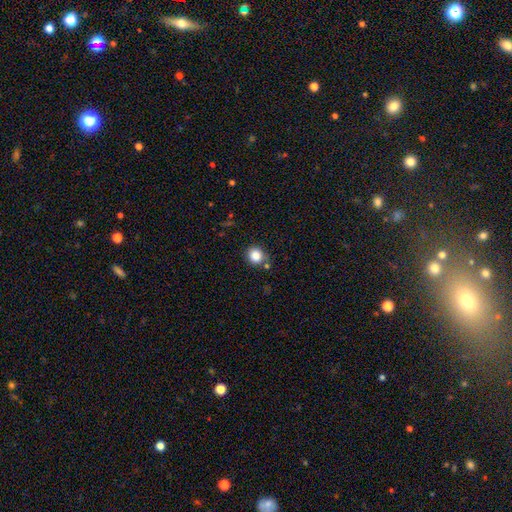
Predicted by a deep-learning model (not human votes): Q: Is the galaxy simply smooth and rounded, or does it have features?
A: smooth — 85%.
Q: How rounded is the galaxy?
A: round — 87%.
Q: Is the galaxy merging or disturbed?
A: none — 75%.